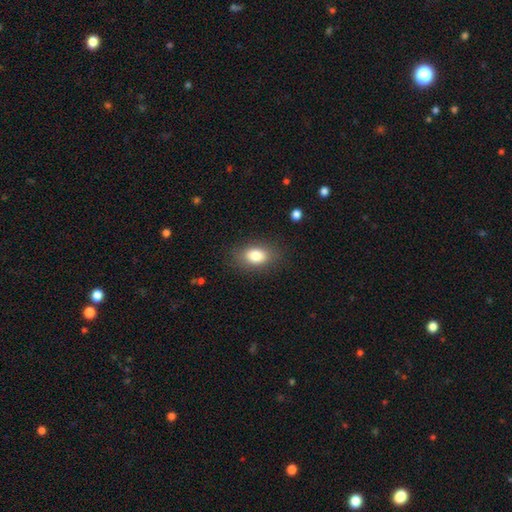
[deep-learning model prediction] smooth-or-featured: smooth: 81% | featured or disk: 10% | star or artifact: 9%
  how-rounded: in between: 82% | round: 16% | cigar-shaped: 2%
  merging: none: 81% | minor disturbance: 13% | major disturbance: 4% | merger: 1%